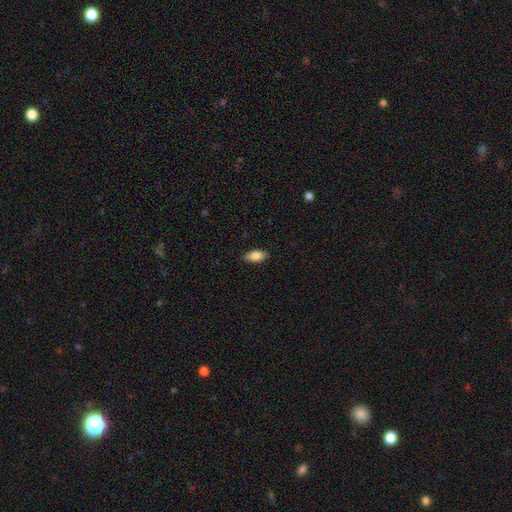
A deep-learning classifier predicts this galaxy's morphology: Q: Smooth or featured?
A: smooth (85%); runner-up: featured or disk (8%)
Q: How rounded?
A: in between (91%); runner-up: cigar-shaped (6%)
Q: Merging?
A: none (87%); runner-up: minor disturbance (10%)